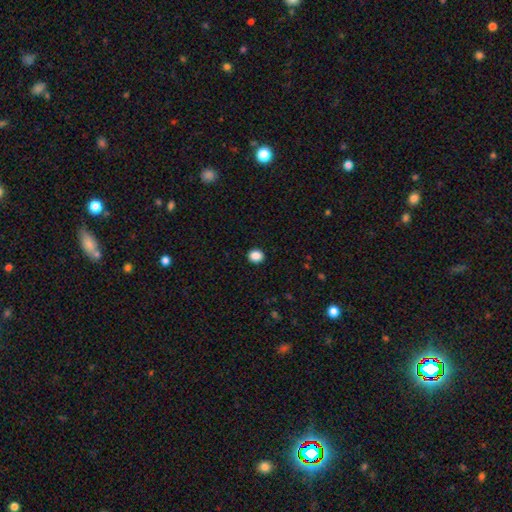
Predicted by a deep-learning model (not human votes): Smooth or featured? smooth (88%)
How rounded? round (67%)
Merging? none (91%)